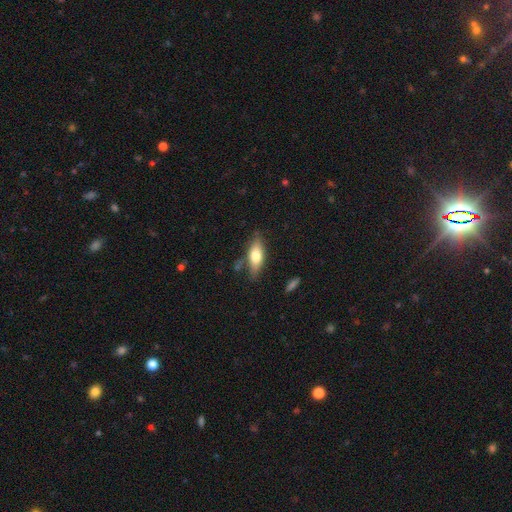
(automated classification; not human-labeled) Smooth or featured?
  - smooth: 66% *
  - featured or disk: 27%
  - star or artifact: 6%
How rounded?
  - in between: 64% *
  - cigar-shaped: 33%
  - round: 3%
Merging?
  - none: 72% *
  - minor disturbance: 19%
  - merger: 5%
  - major disturbance: 4%